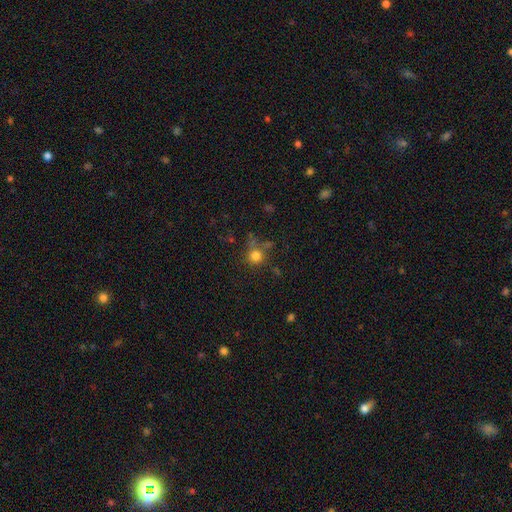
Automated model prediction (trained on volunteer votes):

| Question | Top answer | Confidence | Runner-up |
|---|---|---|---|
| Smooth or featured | smooth | 77% | star or artifact (15%) |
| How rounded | round | 90% | in between (9%) |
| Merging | none | 65% | minor disturbance (14%) |